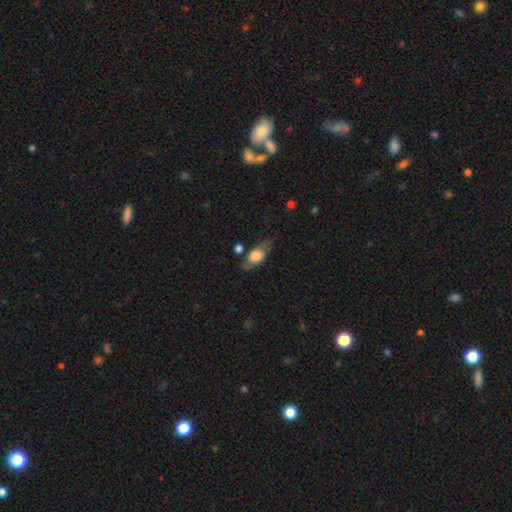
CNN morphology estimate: Q: Smooth or featured?
A: smooth (63%); runner-up: featured or disk (30%)
Q: How rounded?
A: in between (79%); runner-up: cigar-shaped (13%)
Q: Merging?
A: none (63%); runner-up: minor disturbance (23%)